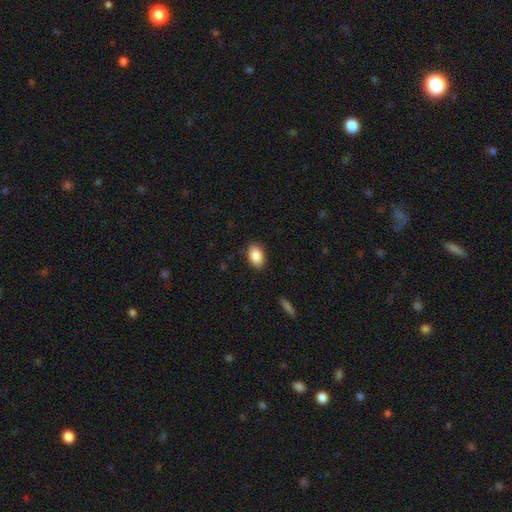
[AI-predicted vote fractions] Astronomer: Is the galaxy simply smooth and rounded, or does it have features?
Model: smooth — 88%.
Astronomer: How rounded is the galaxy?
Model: in between — 88%.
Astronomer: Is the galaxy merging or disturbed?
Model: none — 86%.